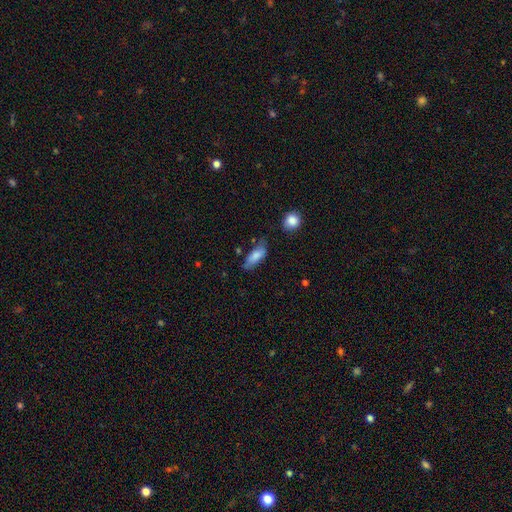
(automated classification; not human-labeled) This is likely a smooth galaxy (79%). How rounded: likely in between (71%). Merging: likely none (61%).